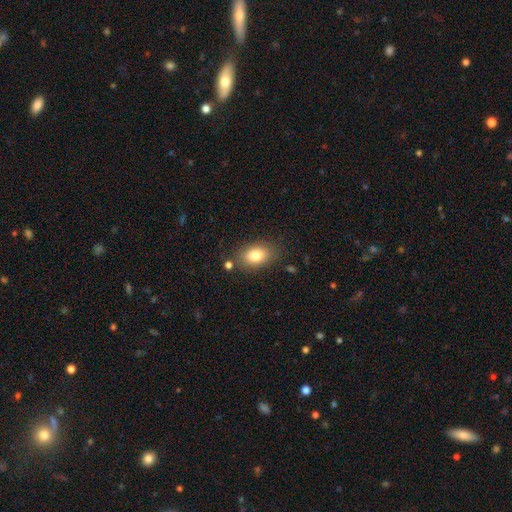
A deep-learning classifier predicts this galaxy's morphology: This is clearly a smooth galaxy (80%). How rounded: clearly in between (82%). Merging: likely none (79%).